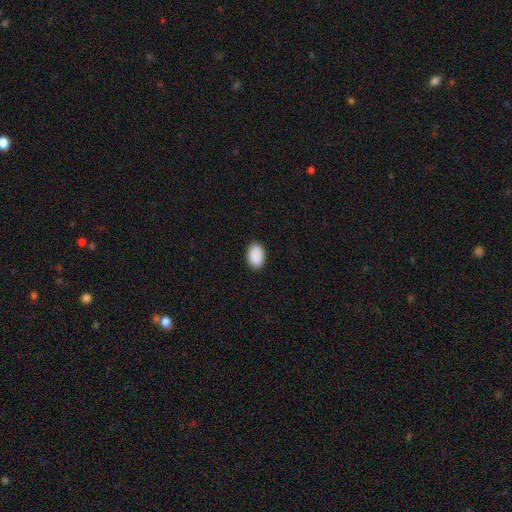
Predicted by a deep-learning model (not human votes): Smooth or featured?
  - smooth: 91% *
  - star or artifact: 6%
  - featured or disk: 3%
How rounded?
  - in between: 88% *
  - round: 11%
  - cigar-shaped: 1%
Merging?
  - none: 89% *
  - minor disturbance: 8%
  - major disturbance: 2%
  - merger: 1%